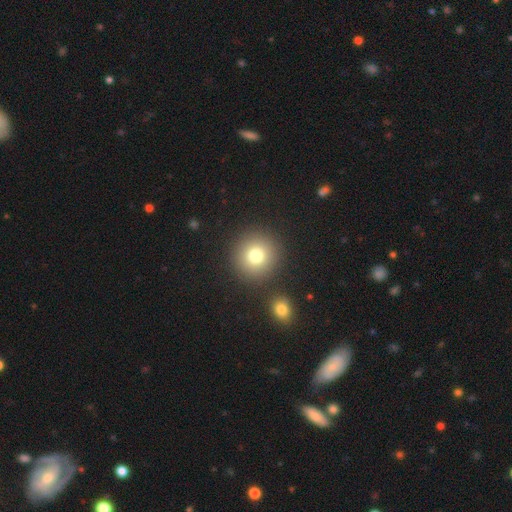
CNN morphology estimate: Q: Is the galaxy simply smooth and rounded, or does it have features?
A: smooth — 78%.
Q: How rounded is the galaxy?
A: round — 93%.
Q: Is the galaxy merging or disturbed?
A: none — 85%.